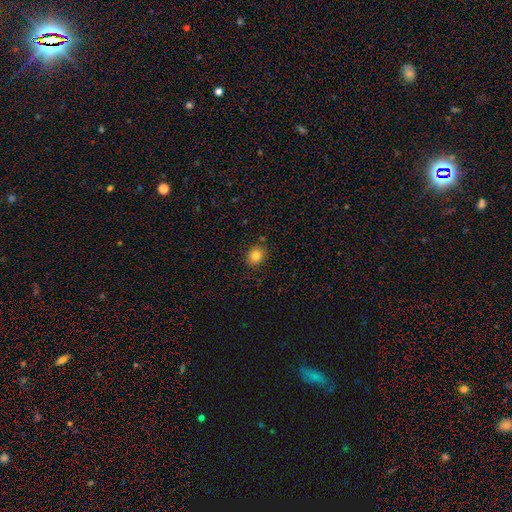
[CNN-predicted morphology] This is clearly a smooth galaxy (82%). How rounded: likely round (73%). Merging: clearly none (87%).